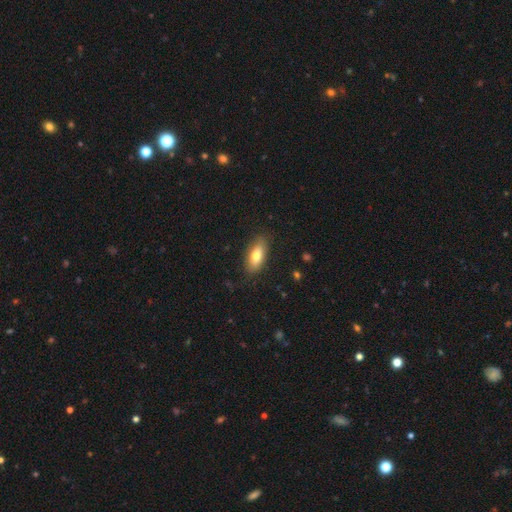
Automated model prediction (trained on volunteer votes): The model was most divided on "smooth or featured": smooth: 75%, featured or disk: 19%, star or artifact: 7%. More confident: how rounded — in between (84%); merging — none (84%).